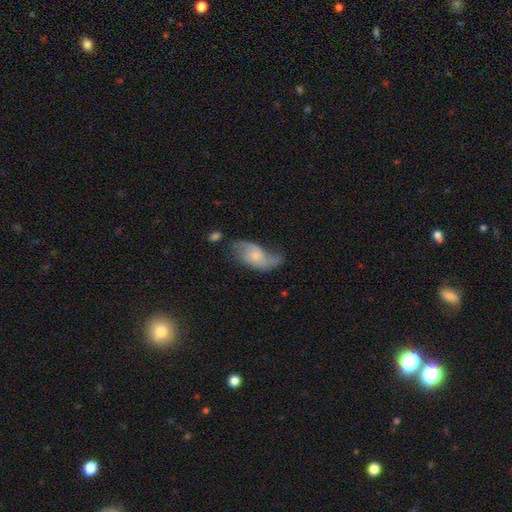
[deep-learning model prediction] Smooth or featured? Predicted: featured or disk (p=0.58). Edge-on disk? Predicted: no (p=0.93). Bar? Predicted: no (p=0.69). Spiral arms? Predicted: yes (p=0.84). Bulge size? Predicted: small (p=0.59). Merging? Predicted: none (p=0.43).